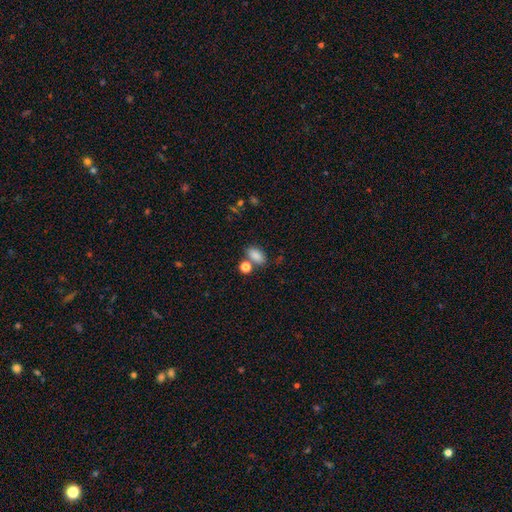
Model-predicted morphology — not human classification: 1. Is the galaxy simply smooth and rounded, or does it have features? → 84% smooth, 10% star or artifact, 6% featured or disk.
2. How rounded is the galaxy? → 86% in between, 11% round, 3% cigar-shaped.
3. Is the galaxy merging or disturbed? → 61% none, 21% merger, 13% minor disturbance, 5% major disturbance.